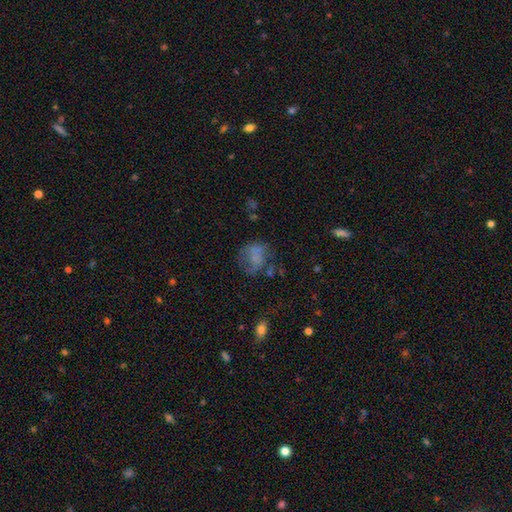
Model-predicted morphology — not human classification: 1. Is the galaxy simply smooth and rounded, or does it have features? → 55% smooth, 30% featured or disk, 15% star or artifact.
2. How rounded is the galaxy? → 56% round, 42% in between, 1% cigar-shaped.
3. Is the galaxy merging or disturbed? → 43% none, 28% major disturbance, 23% minor disturbance, 5% merger.